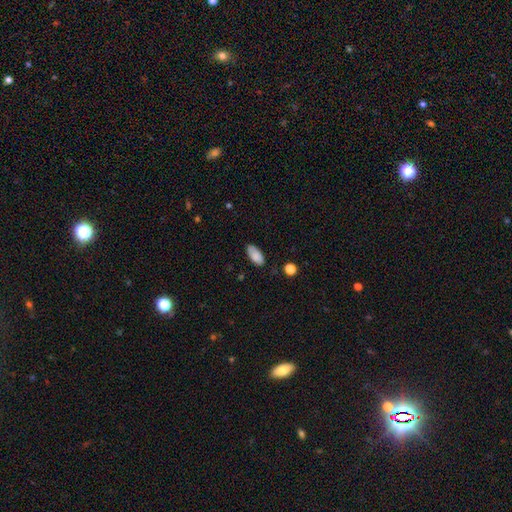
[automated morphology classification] smooth 86%, star or artifact 7%, featured or disk 7%. Down the decision tree: how rounded — in between (92%); merging — none (77%).